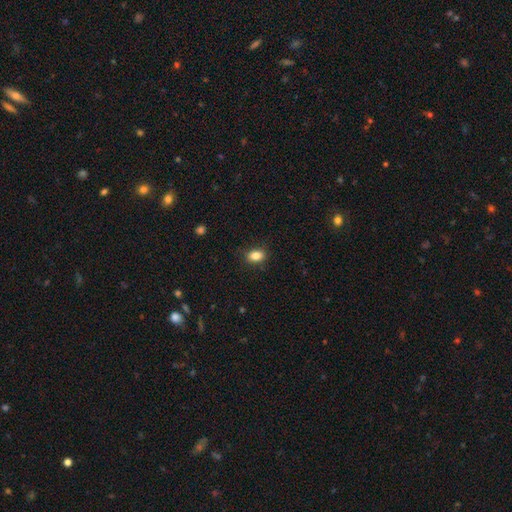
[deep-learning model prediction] A smooth galaxy with no disk features (85%) that is in between round and cigar-shaped (76%).

Vote fractions:
- Smooth or featured? smooth: 85% / star or artifact: 10% / featured or disk: 5%
- How rounded? in between: 76% / round: 23% / cigar-shaped: 1%
- Merging? none: 85% / minor disturbance: 12% / major disturbance: 3% / merger: 1%